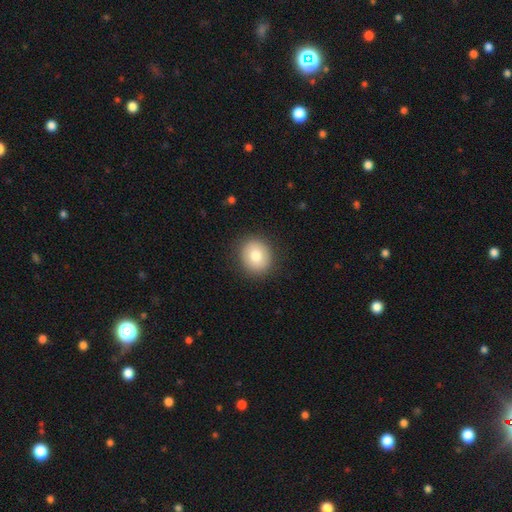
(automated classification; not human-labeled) A smooth galaxy with no disk features (79%) that is round (83%).

Vote fractions:
- Smooth or featured? smooth: 79% / featured or disk: 12% / star or artifact: 9%
- How rounded? round: 83% / in between: 16% / cigar-shaped: 1%
- Merging? none: 90% / minor disturbance: 7% / major disturbance: 2% / merger: 1%